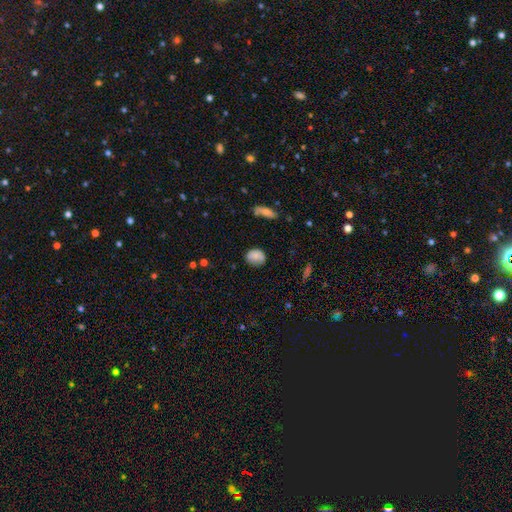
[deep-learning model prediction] Overall: smooth (79%). How rounded: in between (50%; round 48%). Merging: none (67%).